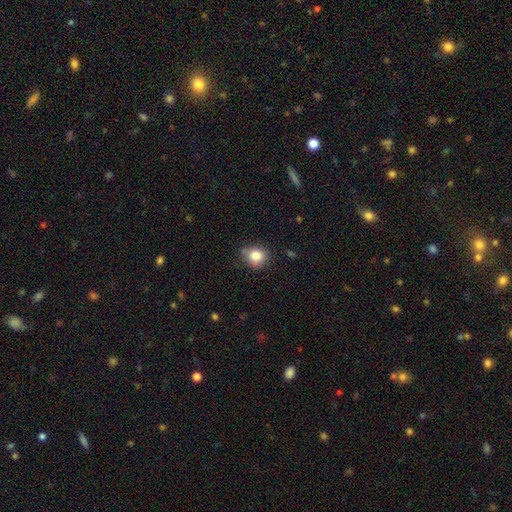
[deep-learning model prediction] Smooth or featured? smooth (83%)
How rounded? round (80%)
Merging? none (73%)